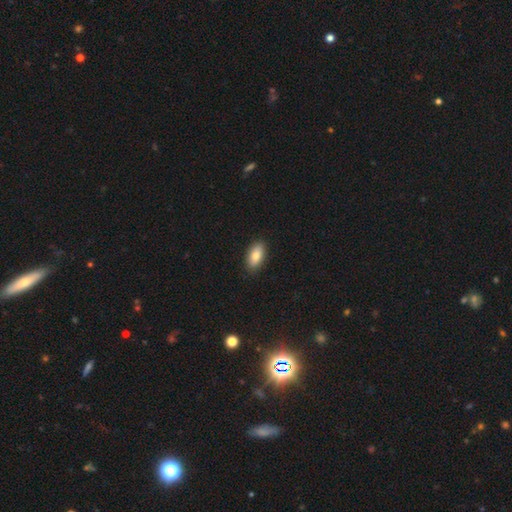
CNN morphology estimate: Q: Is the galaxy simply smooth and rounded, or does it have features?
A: smooth — 82%.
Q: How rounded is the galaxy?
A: in between — 90%.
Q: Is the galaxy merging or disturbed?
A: none — 89%.